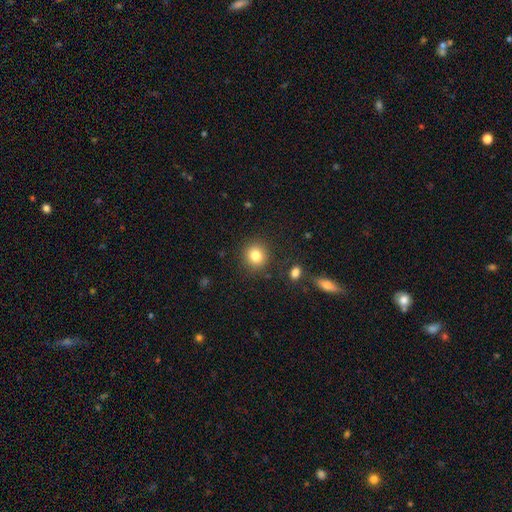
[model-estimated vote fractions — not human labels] The model was most divided on "smooth or featured": smooth: 82%, star or artifact: 11%, featured or disk: 7%. More confident: how rounded — round (88%); merging — none (87%).